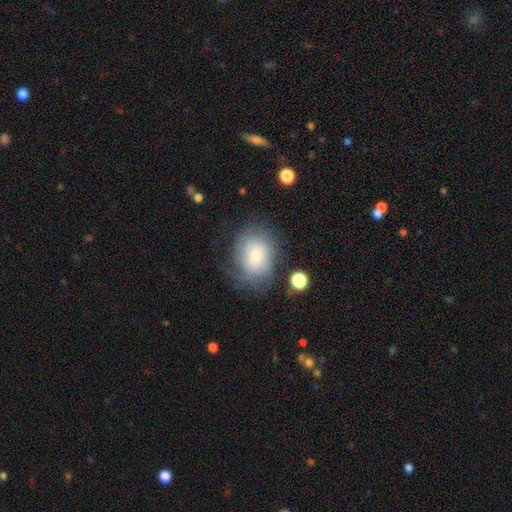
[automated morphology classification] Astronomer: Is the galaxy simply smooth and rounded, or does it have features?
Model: smooth — 57% (runner-up: featured or disk, 33%).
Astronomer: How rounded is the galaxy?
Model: in between — 53% (runner-up: round, 46%).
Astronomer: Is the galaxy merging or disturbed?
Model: none — 58%.